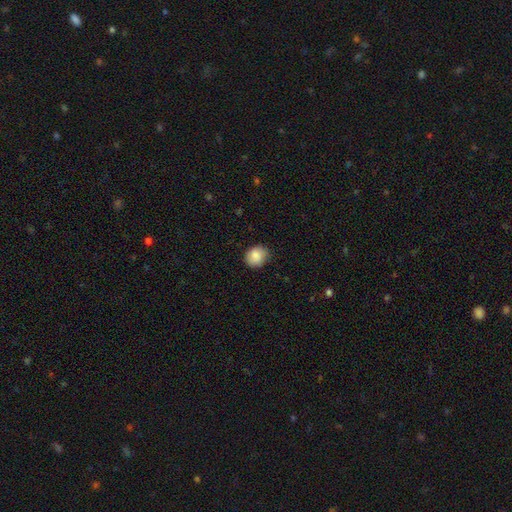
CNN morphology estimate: Q: Smooth or featured?
A: smooth (87%); runner-up: star or artifact (8%)
Q: How rounded?
A: round (68%); runner-up: in between (31%)
Q: Merging?
A: none (81%); runner-up: minor disturbance (15%)